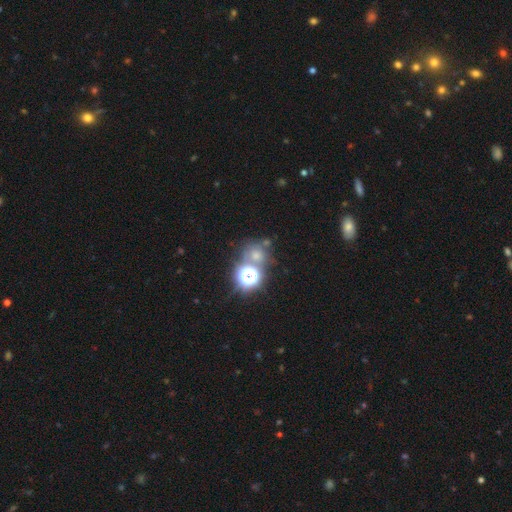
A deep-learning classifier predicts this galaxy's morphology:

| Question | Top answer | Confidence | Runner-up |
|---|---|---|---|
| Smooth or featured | star or artifact | 57% | smooth (33%) |